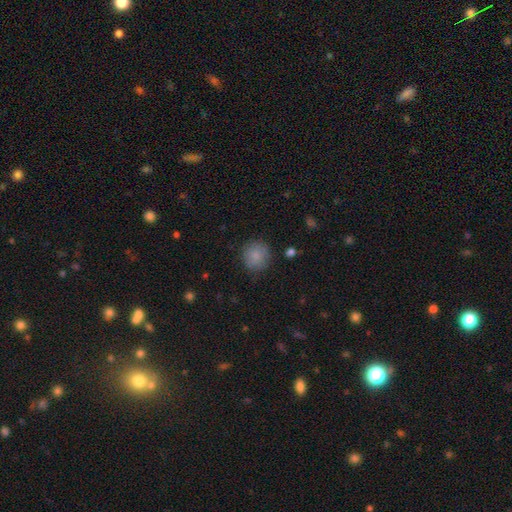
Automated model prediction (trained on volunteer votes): smooth 85%, star or artifact 8%, featured or disk 7%. Down the decision tree: how rounded — round (89%); merging — none (82%).